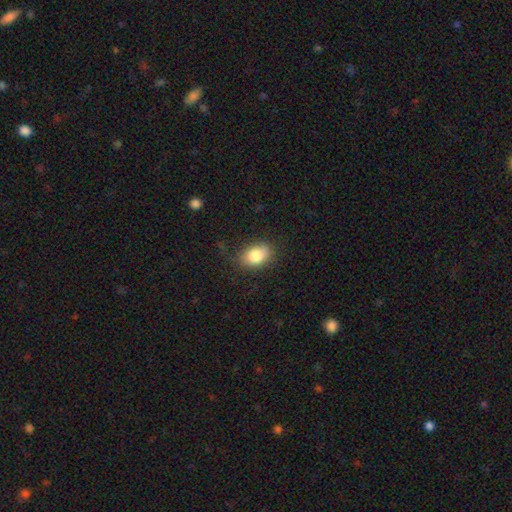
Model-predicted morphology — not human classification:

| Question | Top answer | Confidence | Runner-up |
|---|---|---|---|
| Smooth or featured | smooth | 82% | featured or disk (9%) |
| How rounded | in between | 77% | round (22%) |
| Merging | none | 74% | minor disturbance (19%) |